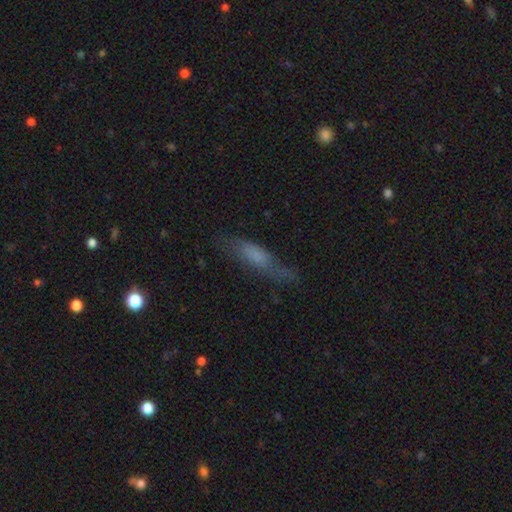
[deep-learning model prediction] A smooth galaxy with no disk features (58%) that is cigar-shaped (68%). Merging: none (62%).